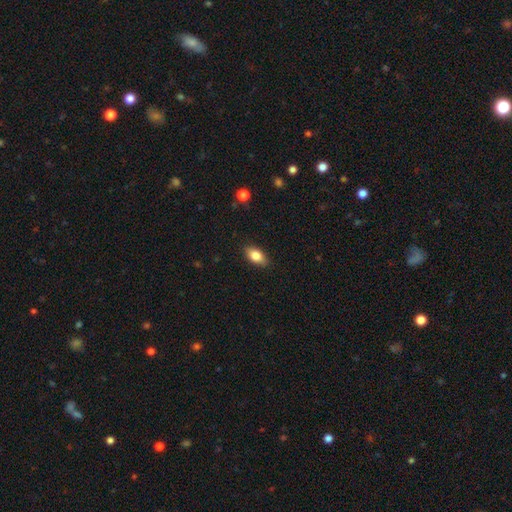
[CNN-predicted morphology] Smooth or featured? Predicted: smooth (p=0.83). How rounded? Predicted: in between (p=0.89). Merging? Predicted: none (p=0.87).